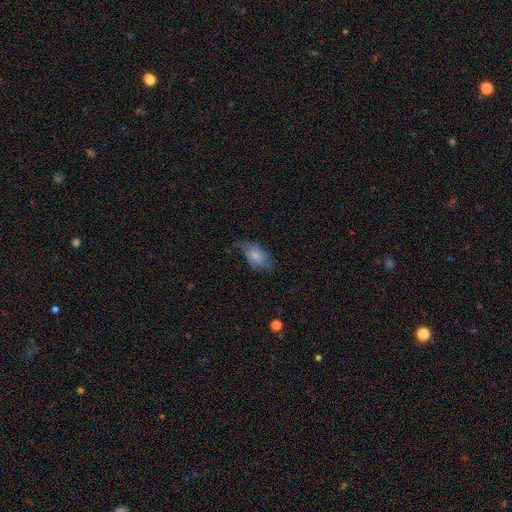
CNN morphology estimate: Smooth or featured? smooth (57%)
How rounded? in between (90%)
Merging? none (35%)